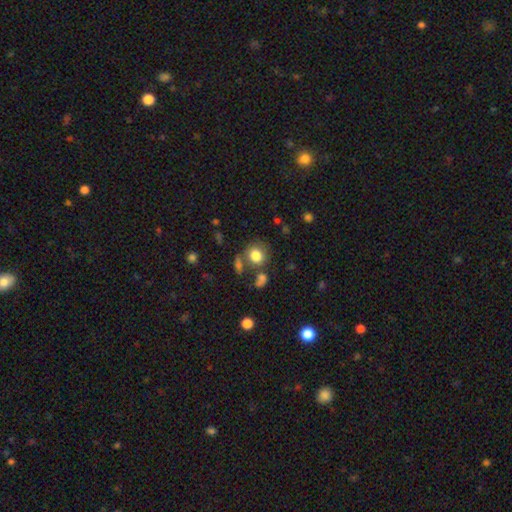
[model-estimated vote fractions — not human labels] This is clearly a smooth galaxy (81%). How rounded: likely round (77%). Merging: likely none (65%).